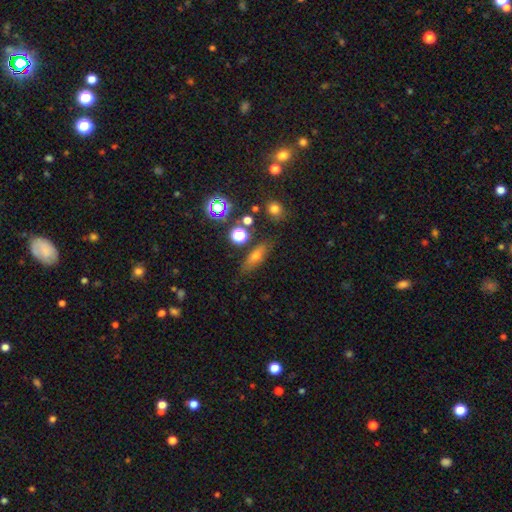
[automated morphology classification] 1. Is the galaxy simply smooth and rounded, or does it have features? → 56% smooth, 25% featured or disk, 19% star or artifact.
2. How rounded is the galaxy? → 53% in between, 36% cigar-shaped, 11% round.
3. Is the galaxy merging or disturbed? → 76% none, 14% minor disturbance, 5% merger, 5% major disturbance.